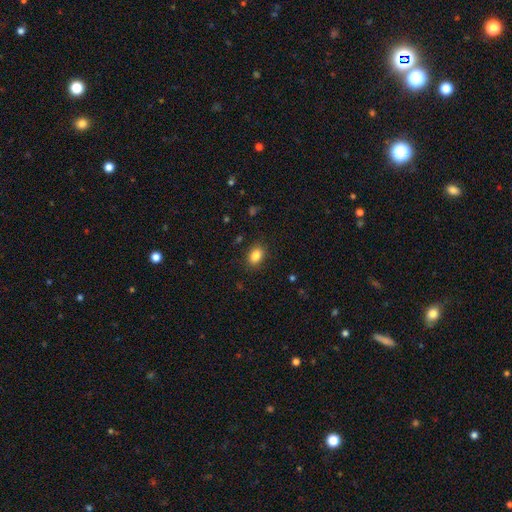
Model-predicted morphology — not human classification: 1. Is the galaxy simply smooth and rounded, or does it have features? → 85% smooth, 9% star or artifact, 6% featured or disk.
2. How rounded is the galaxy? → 76% in between, 23% round, 1% cigar-shaped.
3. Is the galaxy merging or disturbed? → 87% none, 9% minor disturbance, 3% major disturbance, 1% merger.